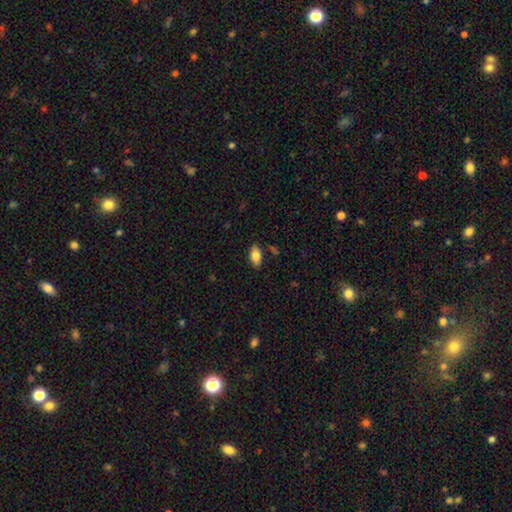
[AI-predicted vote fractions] The model was most divided on "merging": none: 85%, minor disturbance: 10%, major disturbance: 2%, merger: 2%. More confident: how rounded — in between (92%); smooth or featured — smooth (84%).